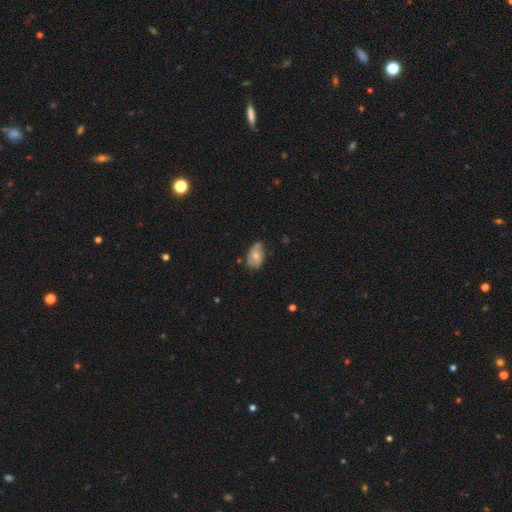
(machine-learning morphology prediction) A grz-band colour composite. It shows a smooth galaxy with no disk features (60%) that is in between round and cigar-shaped (86%). Merging: none (55%).